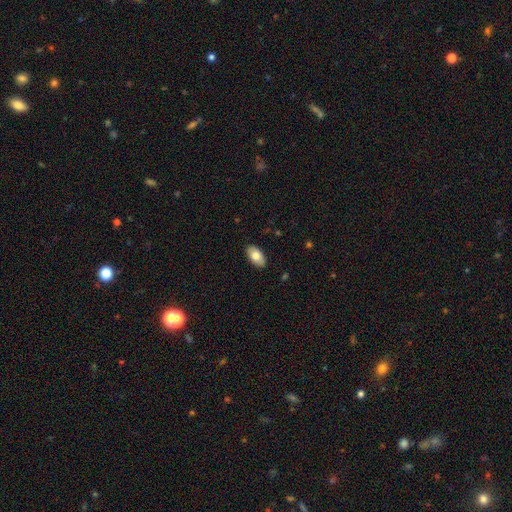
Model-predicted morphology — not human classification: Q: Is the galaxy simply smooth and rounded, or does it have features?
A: smooth — 77%.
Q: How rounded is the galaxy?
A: in between — 95%.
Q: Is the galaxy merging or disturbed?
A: none — 88%.